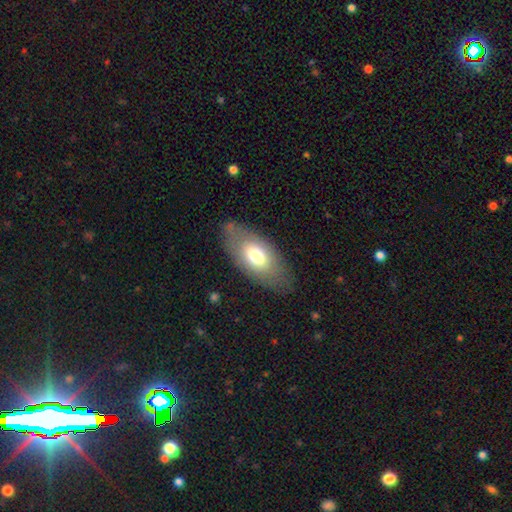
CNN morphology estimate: smooth_or_featured: smooth (p=0.67) [alt: featured or disk p=0.26]
how_rounded: in between (p=0.90) [alt: cigar-shaped p=0.05]
merging: none (p=0.78) [alt: minor disturbance p=0.15]